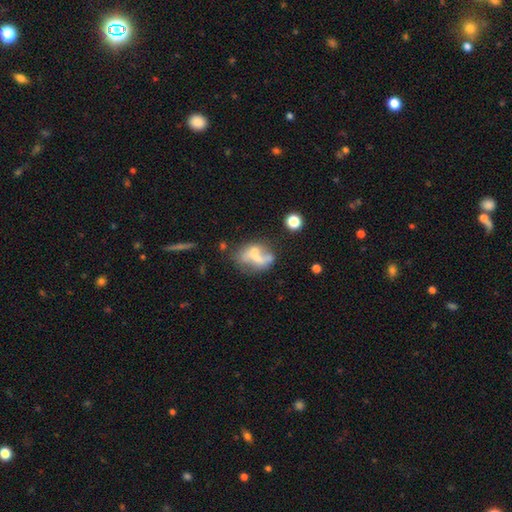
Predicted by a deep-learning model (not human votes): This appears to be a featured or disk galaxy (52%) with no bar (68%), no spiral arms (64%) and no central bulge (35%). Merging: none (31%).